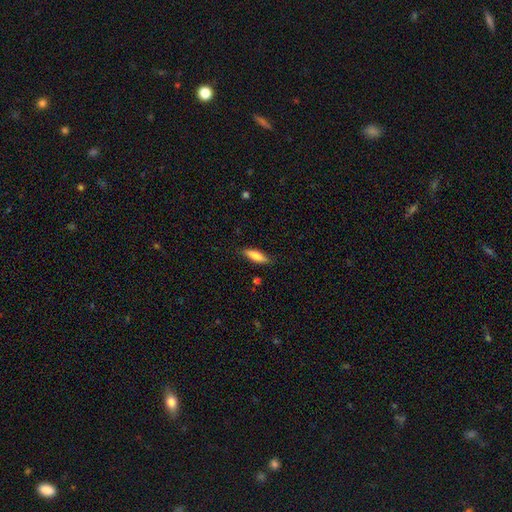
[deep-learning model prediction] This is likely a smooth galaxy (75%). How rounded: possibly cigar-shaped (53%). Merging: clearly none (84%).